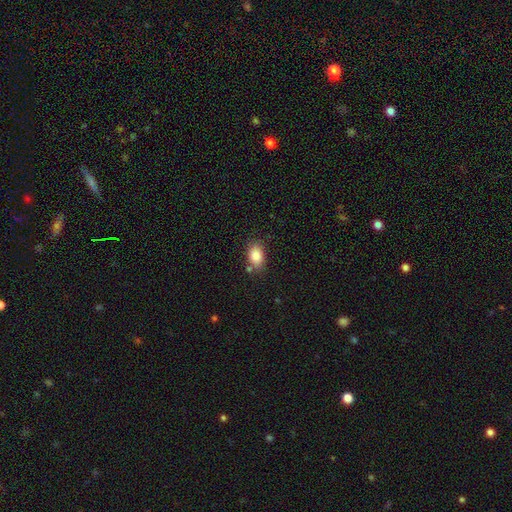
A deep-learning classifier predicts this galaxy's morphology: type=smooth (85%); roundness=in between (85%); merging=none (74%).